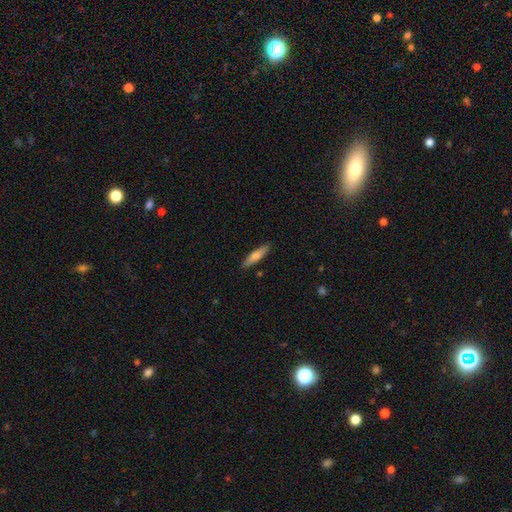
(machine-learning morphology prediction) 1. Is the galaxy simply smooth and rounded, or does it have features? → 65% smooth, 29% featured or disk, 6% star or artifact.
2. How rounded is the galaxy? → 80% cigar-shaped, 18% in between, 2% round.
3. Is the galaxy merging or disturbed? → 89% none, 8% minor disturbance, 2% major disturbance, 1% merger.